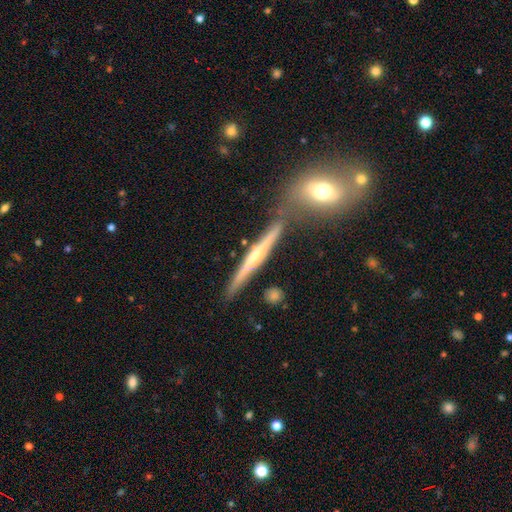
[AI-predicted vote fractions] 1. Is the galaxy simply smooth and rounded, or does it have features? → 71% featured or disk, 22% smooth, 7% star or artifact.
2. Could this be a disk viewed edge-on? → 96% yes, 4% no.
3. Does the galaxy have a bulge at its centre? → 75% rounded, 20% none, 5% boxy.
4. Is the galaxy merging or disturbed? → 78% none, 10% merger, 10% minor disturbance, 2% major disturbance.